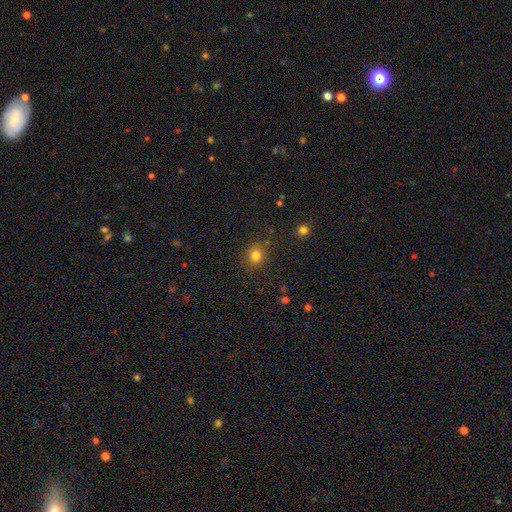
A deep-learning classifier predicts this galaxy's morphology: Q: Smooth or featured?
A: smooth (81%); runner-up: star or artifact (14%)
Q: How rounded?
A: round (86%); runner-up: in between (13%)
Q: Merging?
A: none (84%); runner-up: minor disturbance (10%)